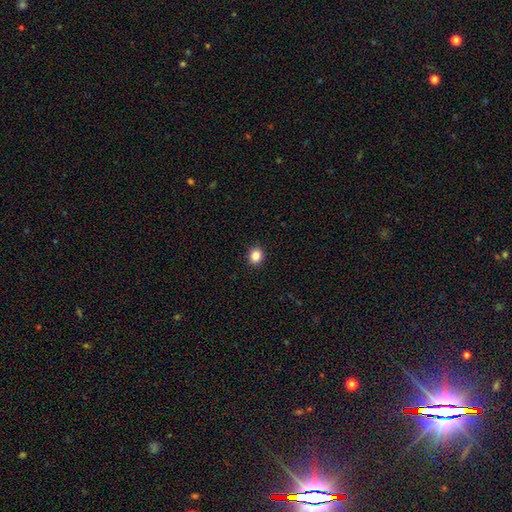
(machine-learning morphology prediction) smooth_or_featured: smooth (p=0.86) [alt: star or artifact p=0.11]
how_rounded: round (p=0.76) [alt: in between p=0.23]
merging: none (p=0.92) [alt: minor disturbance p=0.05]